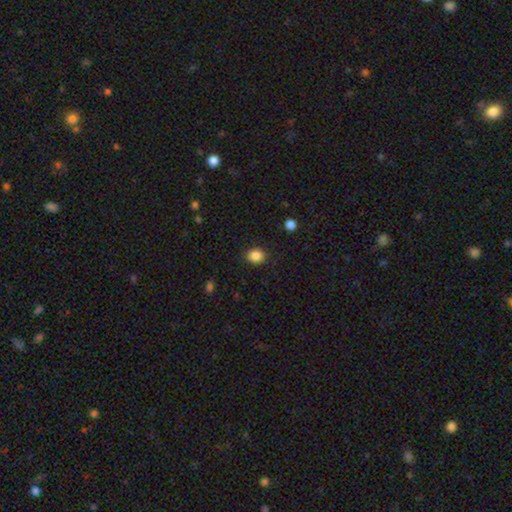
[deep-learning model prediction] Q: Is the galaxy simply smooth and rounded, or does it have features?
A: smooth — 87%.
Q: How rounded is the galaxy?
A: round — 63%.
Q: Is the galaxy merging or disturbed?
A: none — 89%.